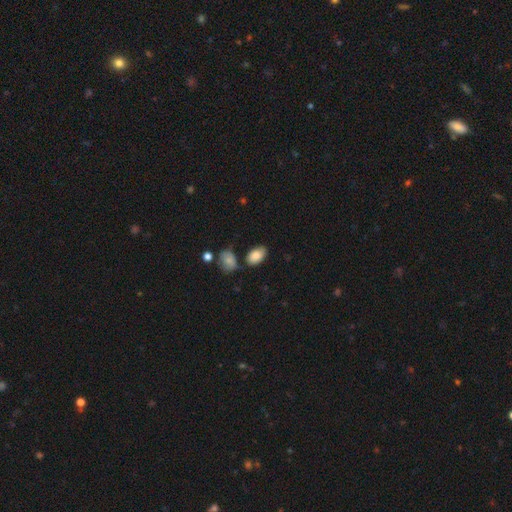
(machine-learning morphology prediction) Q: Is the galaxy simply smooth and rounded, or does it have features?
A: smooth — 87%.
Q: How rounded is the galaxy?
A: in between — 92%.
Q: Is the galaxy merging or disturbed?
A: none — 74%.